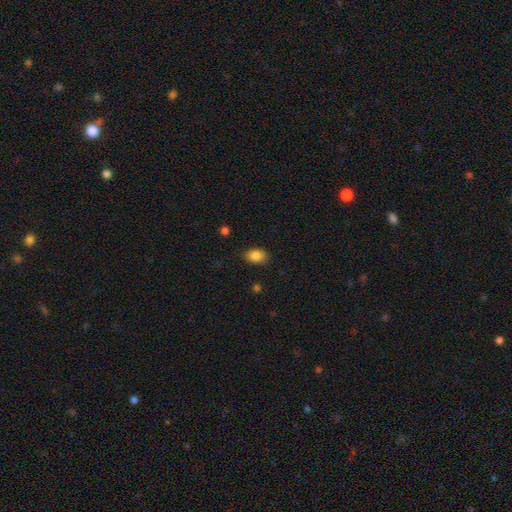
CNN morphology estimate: Overall: smooth (86%). How rounded: in between (83%). Merging: none (82%).